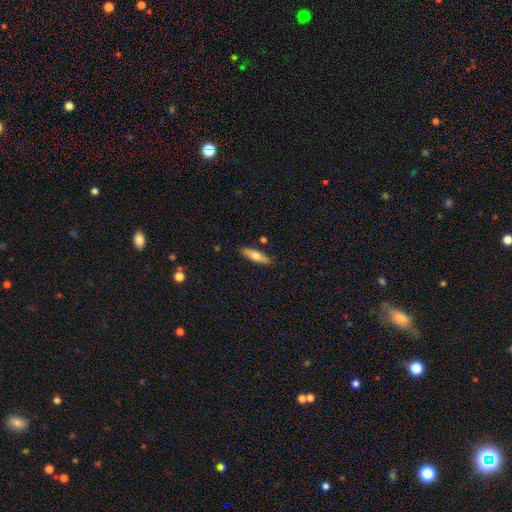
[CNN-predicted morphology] This appears to be a smooth galaxy with no disk features (65%) that is cigar-shaped (58%). Merging: none (86%).